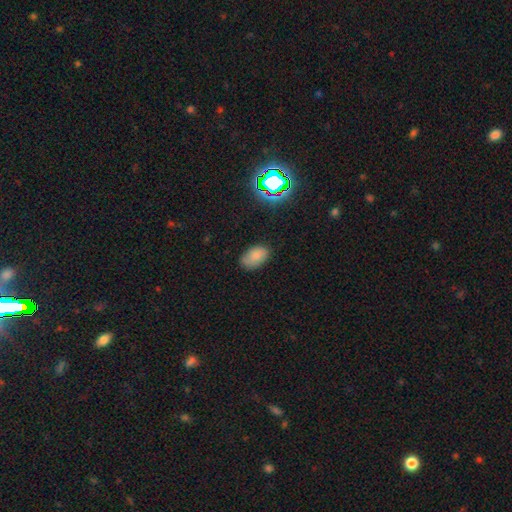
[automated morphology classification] This is likely a smooth galaxy (80%). How rounded: clearly in between (91%). Merging: likely none (77%).